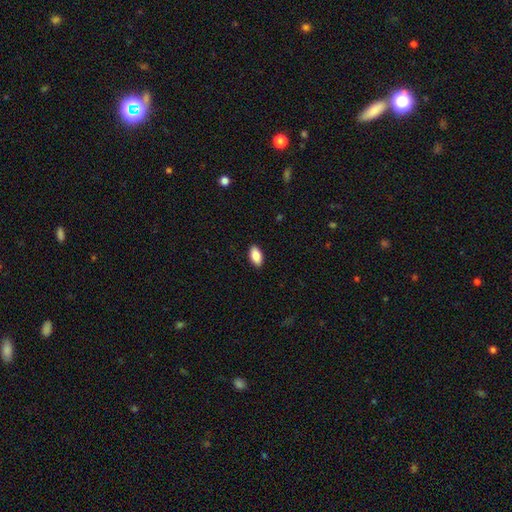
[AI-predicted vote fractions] Smooth or featured: smooth — 88% (star or artifact — 7%)
How rounded: in between — 93% (cigar-shaped — 4%)
Merging: none — 90% (minor disturbance — 8%)